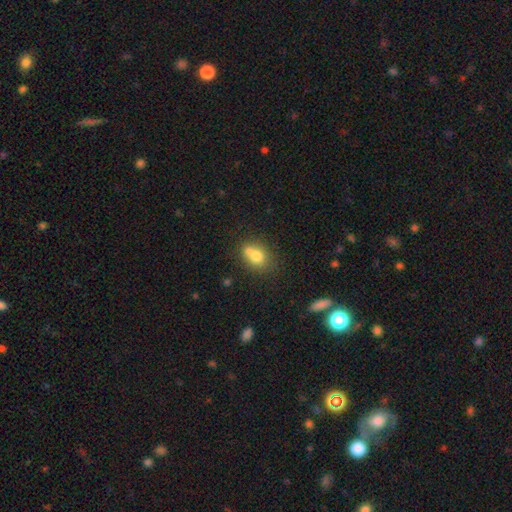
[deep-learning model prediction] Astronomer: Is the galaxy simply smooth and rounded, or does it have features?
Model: smooth — 73%.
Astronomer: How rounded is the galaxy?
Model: round — 54% (runner-up: in between, 44%).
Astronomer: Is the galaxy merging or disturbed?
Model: none — 46% (runner-up: merger, 37%).